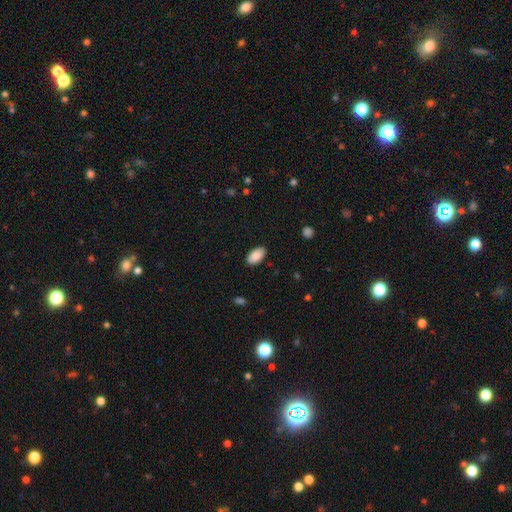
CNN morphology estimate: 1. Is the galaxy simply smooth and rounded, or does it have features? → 90% smooth, 7% star or artifact, 3% featured or disk.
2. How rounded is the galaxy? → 95% in between, 3% round, 1% cigar-shaped.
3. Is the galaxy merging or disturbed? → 88% none, 9% minor disturbance, 2% major disturbance, 1% merger.